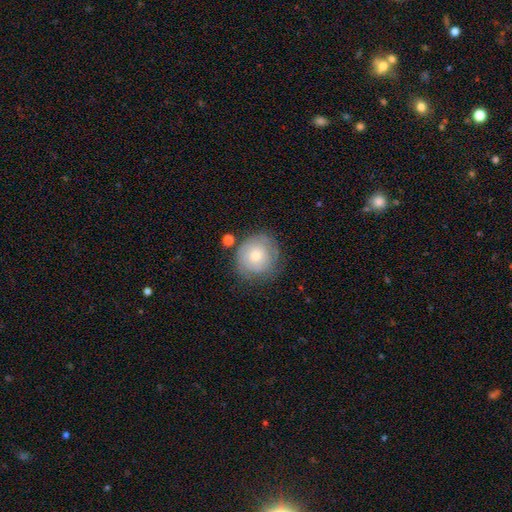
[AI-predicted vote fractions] This appears to be a featured or disk galaxy (48%). Merging: none (70%).